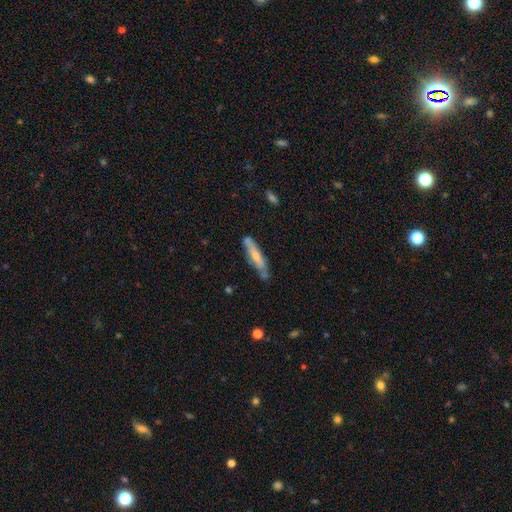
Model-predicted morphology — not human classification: Smooth or featured?
  - smooth: 53% *
  - featured or disk: 41%
  - star or artifact: 6%
How rounded?
  - cigar-shaped: 85% *
  - in between: 14%
  - round: 1%
Merging?
  - none: 69% *
  - minor disturbance: 21%
  - merger: 5%
  - major disturbance: 4%